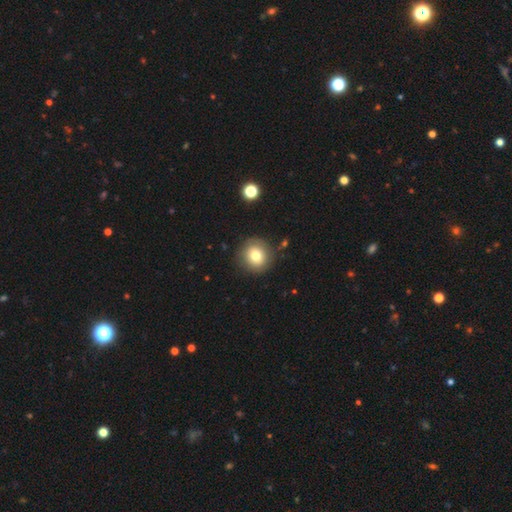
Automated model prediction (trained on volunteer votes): This appears to be a smooth galaxy with no disk features (77%) that is round (91%). Merging: none (86%).